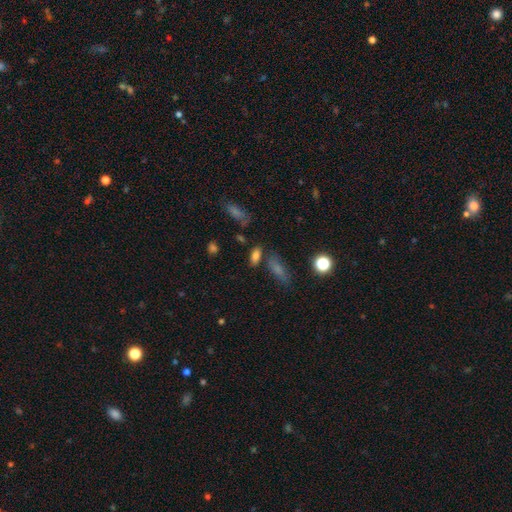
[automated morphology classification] The model was most divided on "how rounded": in between: 73%, cigar-shaped: 21%, round: 6%. More confident: smooth or featured — smooth (76%); merging — none (72%).